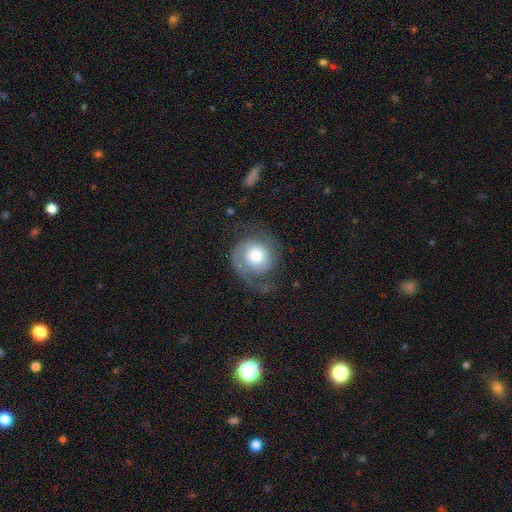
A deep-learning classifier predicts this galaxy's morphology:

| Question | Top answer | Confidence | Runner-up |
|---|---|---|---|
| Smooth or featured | featured or disk | 61% | smooth (32%) |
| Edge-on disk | no | 97% | yes (3%) |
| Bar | no | 79% | weak (17%) |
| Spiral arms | yes | 87% | no (13%) |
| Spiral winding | medium | 39% | tight (36%) |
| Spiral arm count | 2 | 61% | 1 (27%) |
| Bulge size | moderate | 55% | large (28%) |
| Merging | none | 58% | major disturbance (22%) |